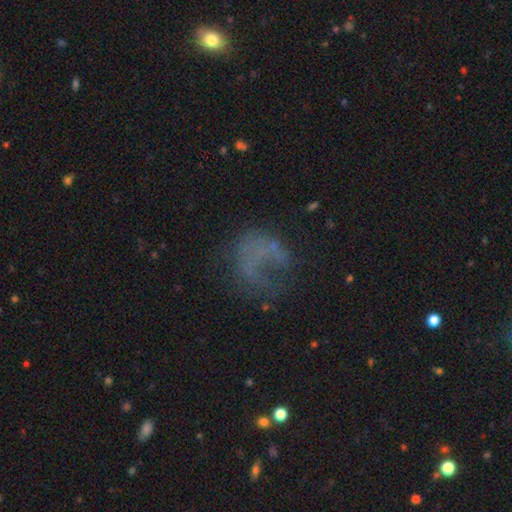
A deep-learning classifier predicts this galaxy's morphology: featured or disk 42%, smooth 35%, star or artifact 23%. Down the decision tree: merging — none (41%).